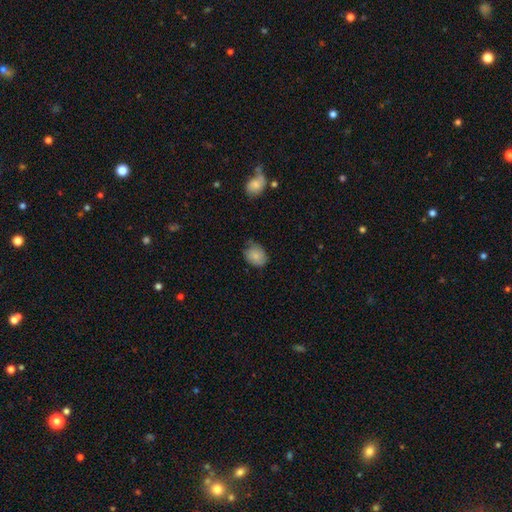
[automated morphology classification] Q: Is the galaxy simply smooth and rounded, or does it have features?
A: smooth — 81%.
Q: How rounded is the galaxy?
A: in between — 55%.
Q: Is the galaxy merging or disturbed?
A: none — 62%.